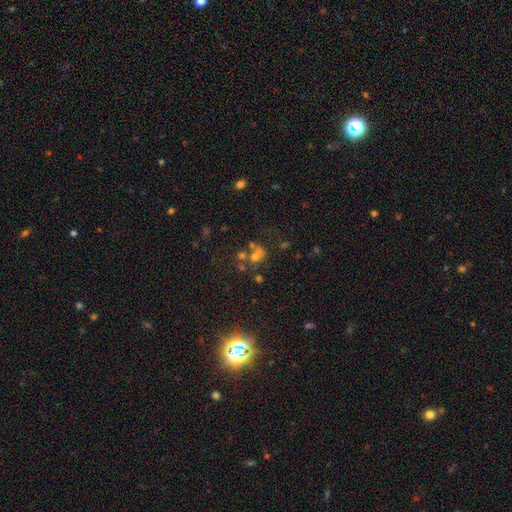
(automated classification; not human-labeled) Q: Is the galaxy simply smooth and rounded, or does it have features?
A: smooth — 42%.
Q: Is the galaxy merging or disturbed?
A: none — 43%.